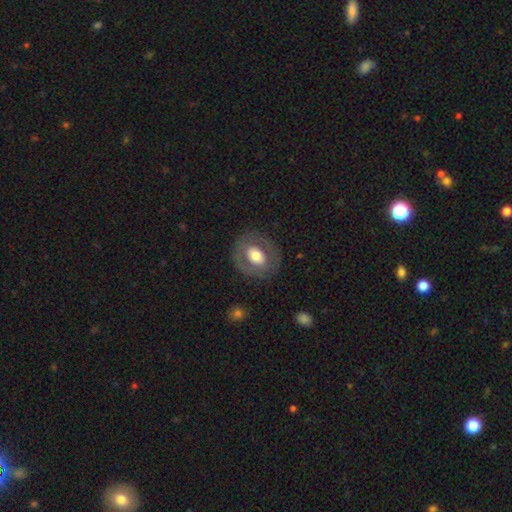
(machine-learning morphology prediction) This appears to be a smooth galaxy with no disk features (50%) that is in between round and cigar-shaped (51%). Merging: none (80%).